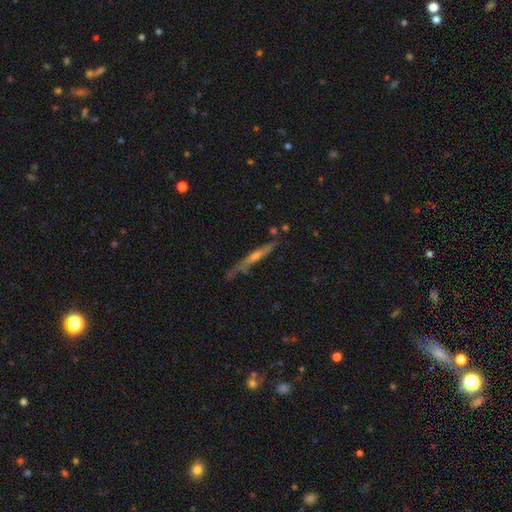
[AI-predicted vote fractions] featured or disk 67%, smooth 24%, star or artifact 10%. Down the decision tree: edge-on disk — yes (92%); edge-on bulge — rounded (59%); merging — none (73%).